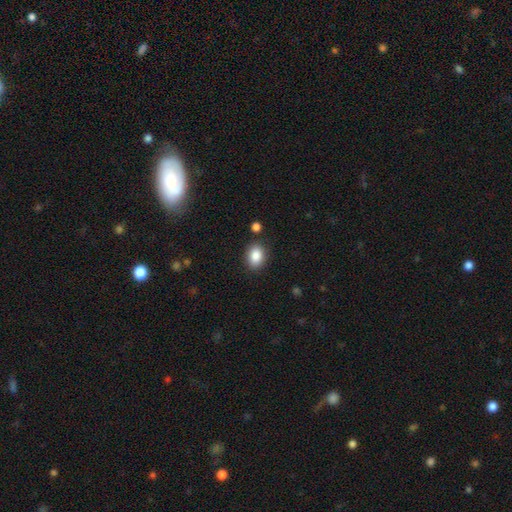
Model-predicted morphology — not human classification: Overall: smooth (87%). How rounded: in between (74%). Merging: none (85%).